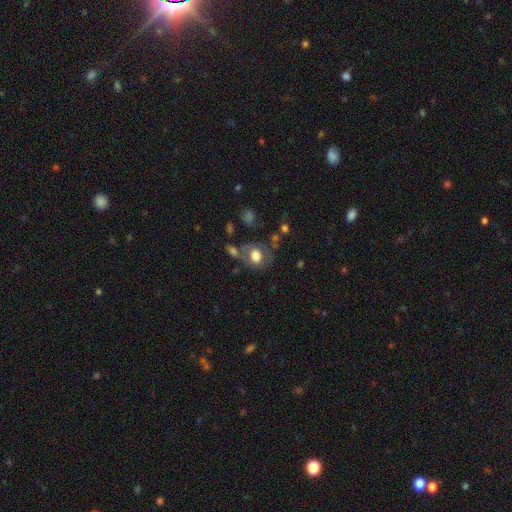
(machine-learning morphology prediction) The model was most divided on "how rounded": round: 58%, in between: 41%, cigar-shaped: 1%. More confident: smooth or featured — smooth (67%); merging — none (54%).